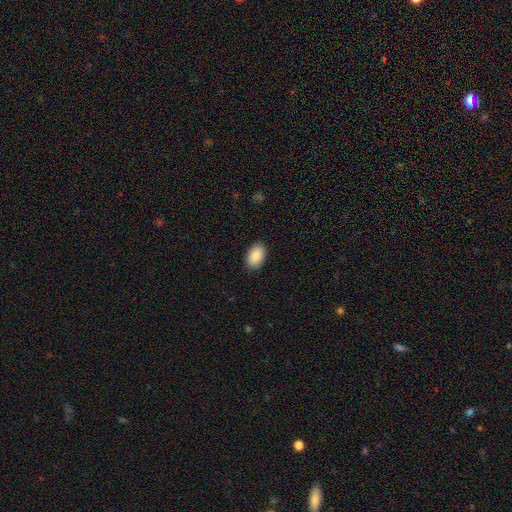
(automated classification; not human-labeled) Smooth or featured: smooth — 90% (star or artifact — 6%)
How rounded: in between — 92% (round — 7%)
Merging: none — 90% (minor disturbance — 8%)